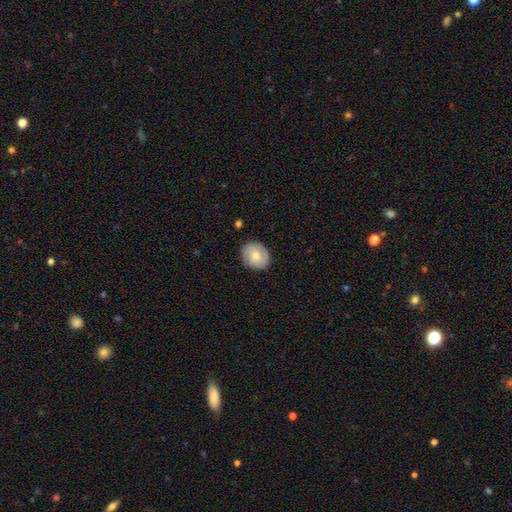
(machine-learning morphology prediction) This appears to be a smooth galaxy with no disk features (68%) that is round (76%). Merging: none (85%).